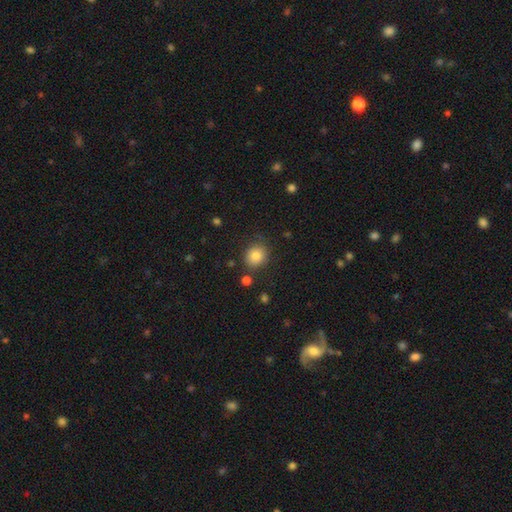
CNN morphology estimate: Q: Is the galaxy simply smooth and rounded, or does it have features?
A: smooth — 82%.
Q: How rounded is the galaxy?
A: round — 78%.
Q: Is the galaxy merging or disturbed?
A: none — 81%.